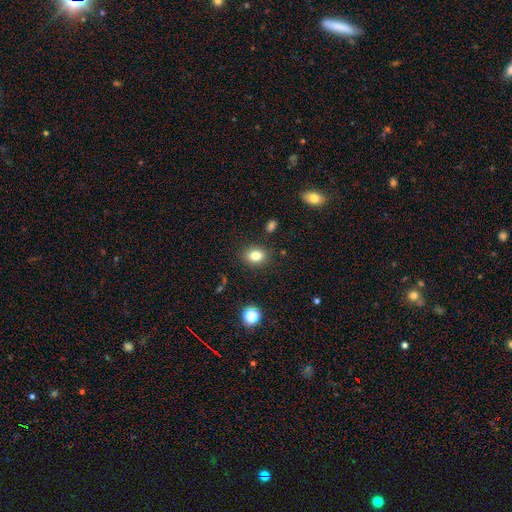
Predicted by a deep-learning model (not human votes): A smooth galaxy with no disk features (81%) that is in between round and cigar-shaped (54%).

Vote fractions:
- Smooth or featured? smooth: 81% / star or artifact: 11% / featured or disk: 8%
- How rounded? in between: 54% / round: 45% / cigar-shaped: 1%
- Merging? none: 87% / minor disturbance: 9% / major disturbance: 3% / merger: 2%